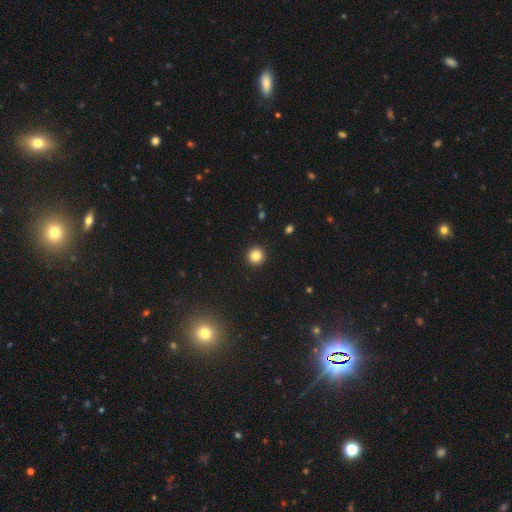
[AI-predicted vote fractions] Overall: smooth (84%). How rounded: round (94%). Merging: none (93%).